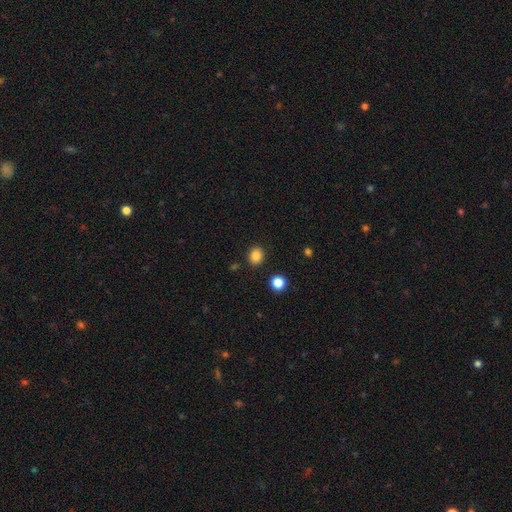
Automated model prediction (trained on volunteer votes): Smooth or featured?
  - smooth: 84% *
  - star or artifact: 11%
  - featured or disk: 5%
How rounded?
  - round: 70% *
  - in between: 29%
  - cigar-shaped: 1%
Merging?
  - none: 88% *
  - minor disturbance: 7%
  - merger: 3%
  - major disturbance: 2%